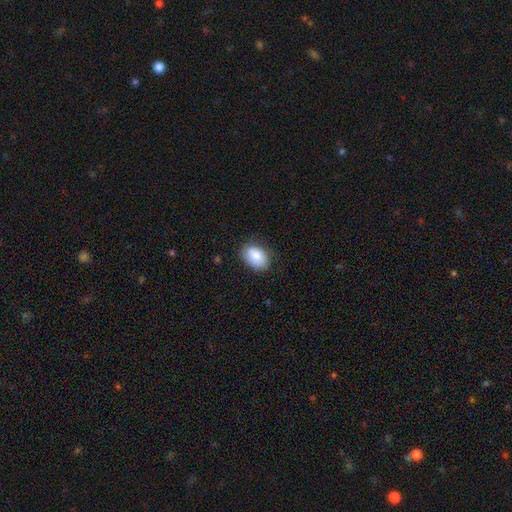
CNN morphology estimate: smooth-or-featured: smooth: 85% | featured or disk: 8% | star or artifact: 7%
  how-rounded: in between: 85% | round: 14% | cigar-shaped: 1%
  merging: none: 79% | minor disturbance: 17% | major disturbance: 3% | merger: 1%